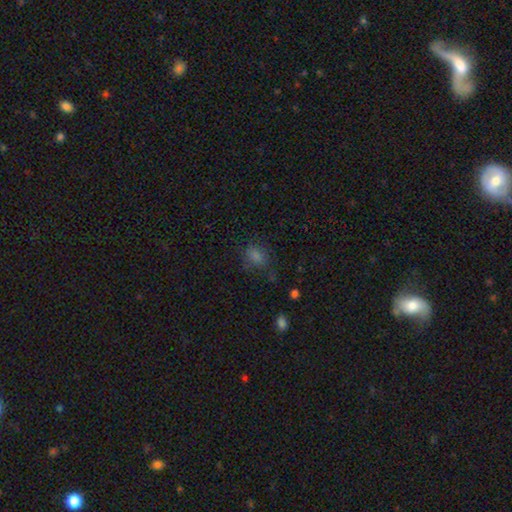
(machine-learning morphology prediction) Smooth or featured?
  - smooth: 66% *
  - star or artifact: 26%
  - featured or disk: 8%
How rounded?
  - in between: 63% *
  - round: 35%
  - cigar-shaped: 2%
Merging?
  - none: 75% *
  - minor disturbance: 16%
  - major disturbance: 7%
  - merger: 2%